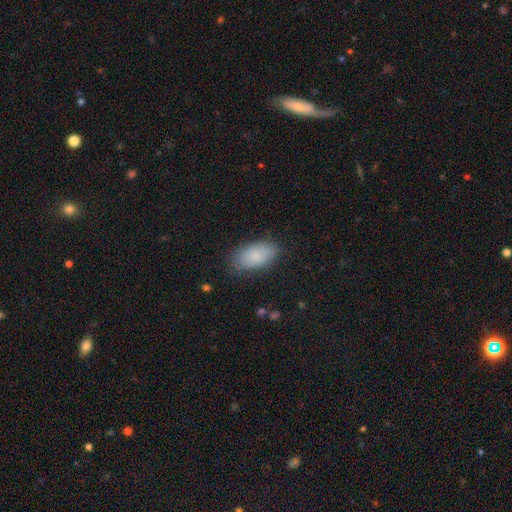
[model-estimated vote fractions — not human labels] Smooth or featured?
  - smooth: 83% *
  - featured or disk: 10%
  - star or artifact: 7%
How rounded?
  - in between: 93% *
  - round: 3%
  - cigar-shaped: 3%
Merging?
  - none: 80% *
  - minor disturbance: 15%
  - major disturbance: 4%
  - merger: 1%